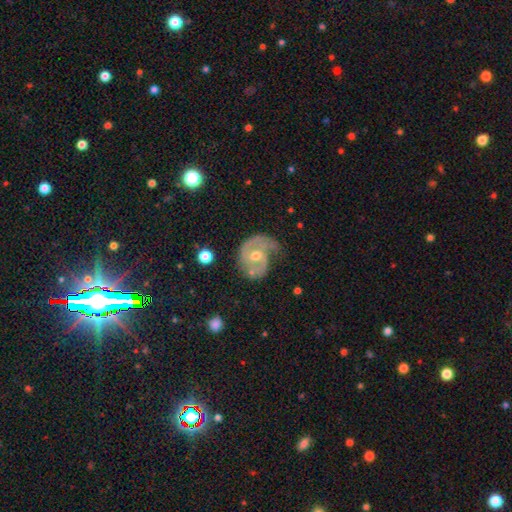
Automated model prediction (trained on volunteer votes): Smooth or featured: featured or disk — 84% (smooth — 11%)
Edge-on disk: no — 97% (yes — 3%)
Bar: no — 55% (weak — 35%)
Spiral arms: yes — 93% (no — 7%)
Spiral winding: medium — 46% (tight — 34%)
Spiral arm count: 2 — 67% (1 — 20%)
Bulge size: moderate — 65% (small — 31%)
Merging: none — 52% (minor disturbance — 27%)